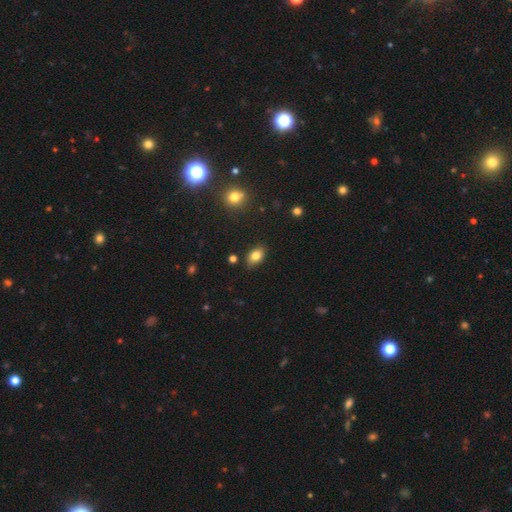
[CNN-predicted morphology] smooth-or-featured: smooth: 81% | featured or disk: 10% | star or artifact: 9%
  how-rounded: in between: 87% | round: 11% | cigar-shaped: 2%
  merging: none: 84% | minor disturbance: 12% | major disturbance: 2% | merger: 2%